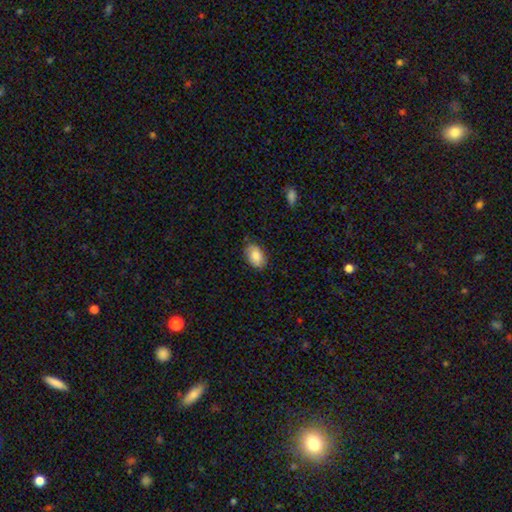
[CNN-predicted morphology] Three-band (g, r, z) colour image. It shows a smooth galaxy with no disk features (82%) that is in between round and cigar-shaped (90%). Merging: none (82%).